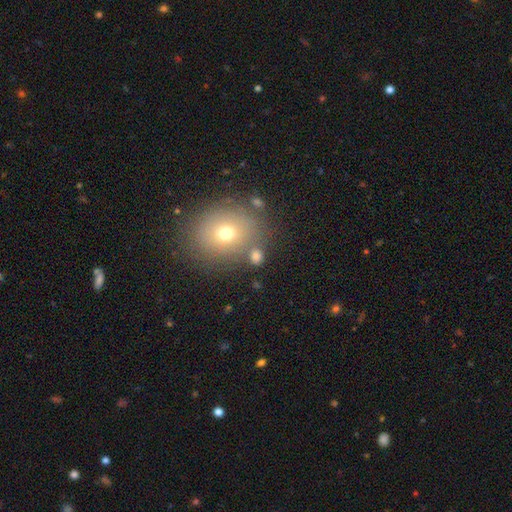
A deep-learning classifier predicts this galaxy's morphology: The model was most divided on "how rounded": round: 62%, in between: 36%, cigar-shaped: 2%. More confident: smooth or featured — smooth (73%); merging — none (70%).